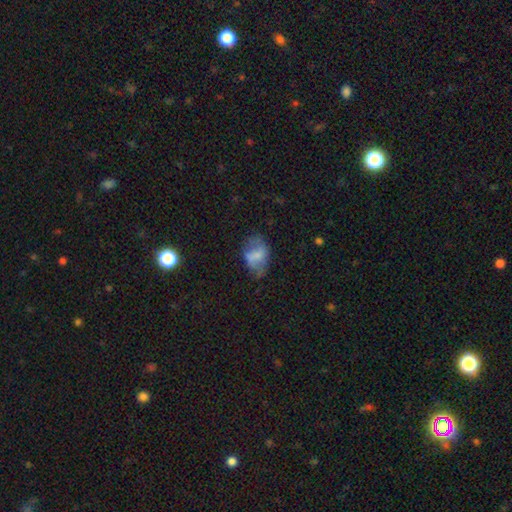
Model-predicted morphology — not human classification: type=smooth (55%); roundness=in between (82%); merging=none (44%).